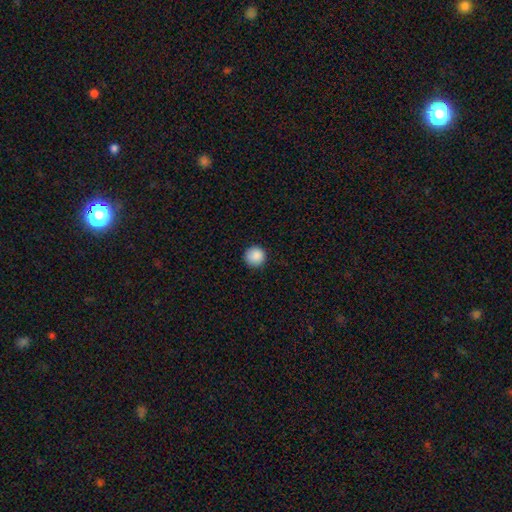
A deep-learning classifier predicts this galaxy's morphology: This is clearly a smooth galaxy (89%). How rounded: clearly round (96%). Merging: clearly none (90%).